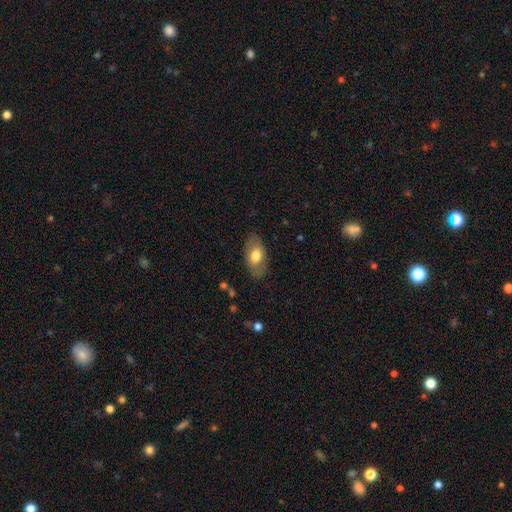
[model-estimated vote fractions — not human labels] smooth_or_featured: smooth (p=0.66) [alt: featured or disk p=0.28]
how_rounded: in between (p=0.92) [alt: round p=0.05]
merging: none (p=0.80) [alt: minor disturbance p=0.14]